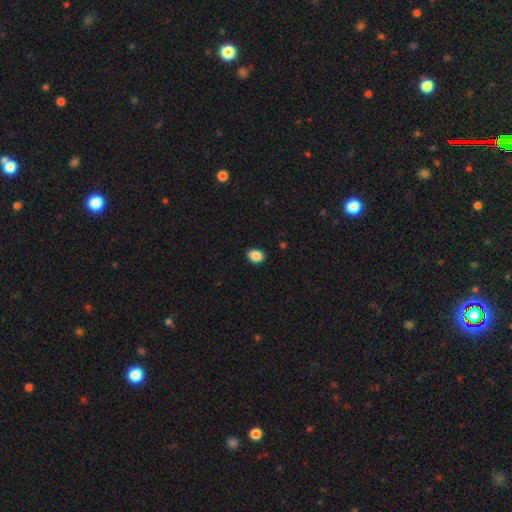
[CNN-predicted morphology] This appears to be a smooth galaxy with no disk features (89%) that is in between round and cigar-shaped (59%). Merging: none (91%).